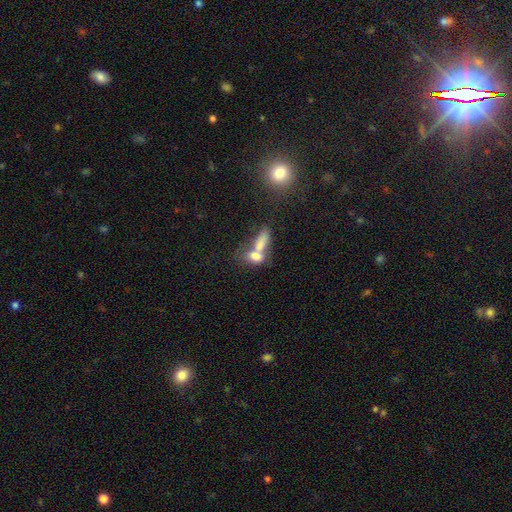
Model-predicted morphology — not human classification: This appears to be a smooth galaxy with no disk features (73%) that is in between round and cigar-shaped (75%). Merging: merger (68%).